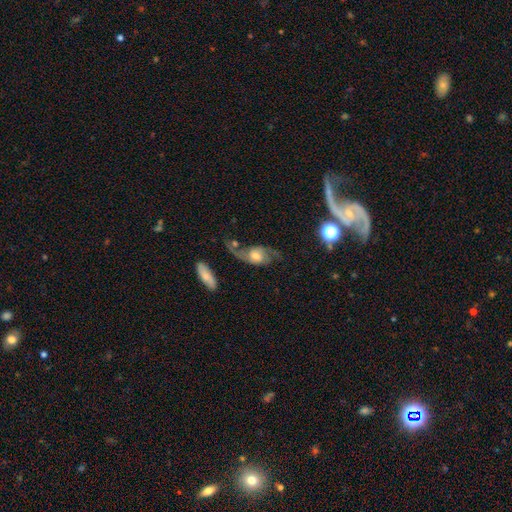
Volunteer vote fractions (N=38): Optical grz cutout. It shows a featured or disk galaxy (92%) with a weak bar (50%), 2 (97%) medium (44%, tied with loose) spiral arms (94%) and a moderate central bulge (65%). Merging: none (43%).